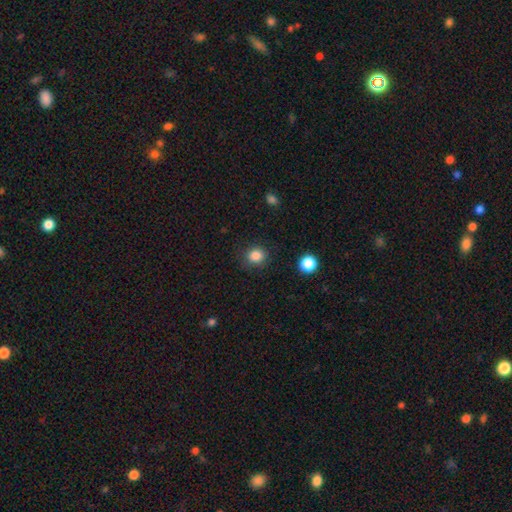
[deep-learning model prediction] smooth 85%, star or artifact 11%, featured or disk 4%. Down the decision tree: how rounded — round (82%); merging — none (86%).